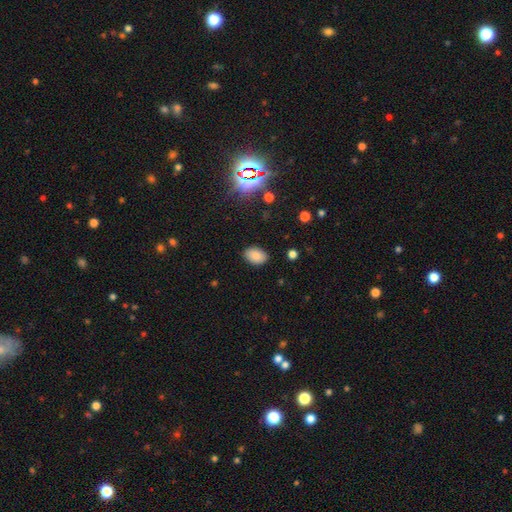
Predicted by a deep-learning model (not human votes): smooth 85%, star or artifact 10%, featured or disk 4%. Down the decision tree: how rounded — in between (86%); merging — none (86%).